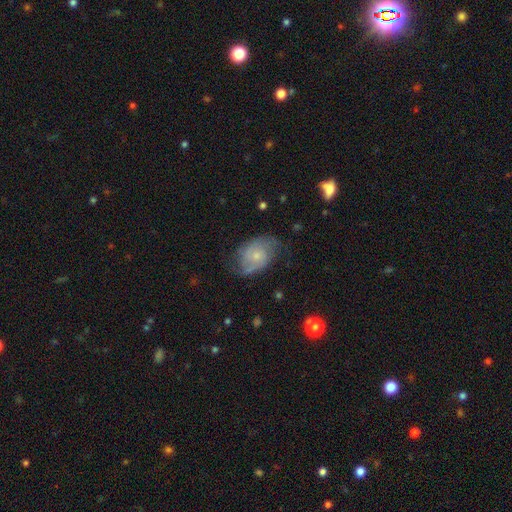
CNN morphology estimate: smooth-or-featured: featured or disk: 69% | smooth: 24% | star or artifact: 7%
  disk-edge-on: no: 97% | yes: 3%
    bar: no: 72% | weak: 25% | strong: 3%
    has-spiral-arms: yes: 90% | no: 10%
      spiral-winding: medium: 45% | tight: 32% | loose: 23%
      spiral-arm-count: 2: 72% | can't tell: 16% | 3: 5% | 1: 3% | 4: 2% | more than 4: 2%
    bulge-size: small: 64% | moderate: 27% | none: 6% | large: 2% | dominant: 1%
  merging: none: 61% | minor disturbance: 25% | major disturbance: 12% | merger: 2%